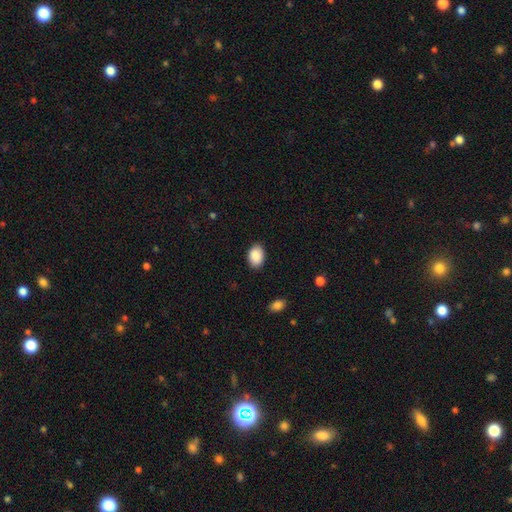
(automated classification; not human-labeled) Smooth or featured?
  - smooth: 90% *
  - star or artifact: 7%
  - featured or disk: 3%
How rounded?
  - in between: 82% *
  - round: 17%
  - cigar-shaped: 1%
Merging?
  - none: 87% *
  - minor disturbance: 10%
  - major disturbance: 2%
  - merger: 1%